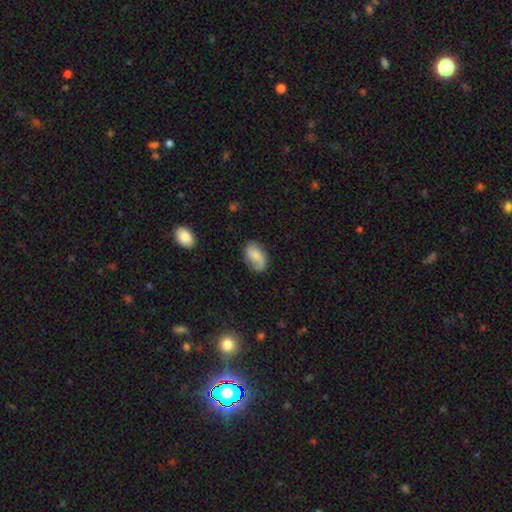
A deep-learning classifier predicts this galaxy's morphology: Smooth or featured?
  - featured or disk: 47% *
  - smooth: 46%
  - star or artifact: 8%
Merging?
  - none: 71% *
  - minor disturbance: 21%
  - major disturbance: 7%
  - merger: 2%